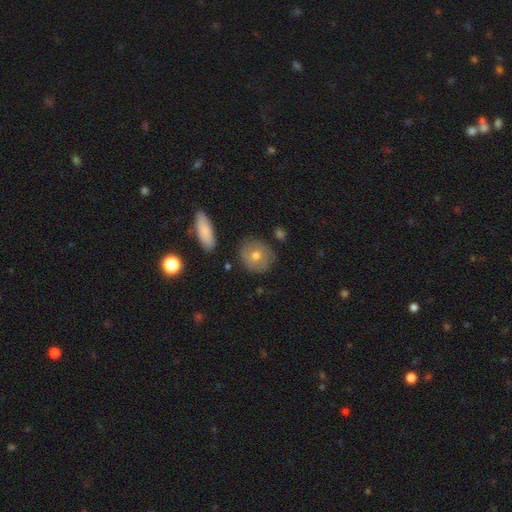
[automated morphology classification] A smooth galaxy with no disk features (66%) that is round (86%).

Vote fractions:
- Smooth or featured? smooth: 66% / featured or disk: 26% / star or artifact: 9%
- How rounded? round: 86% / in between: 13% / cigar-shaped: 2%
- Merging? none: 84% / minor disturbance: 11% / major disturbance: 3% / merger: 2%